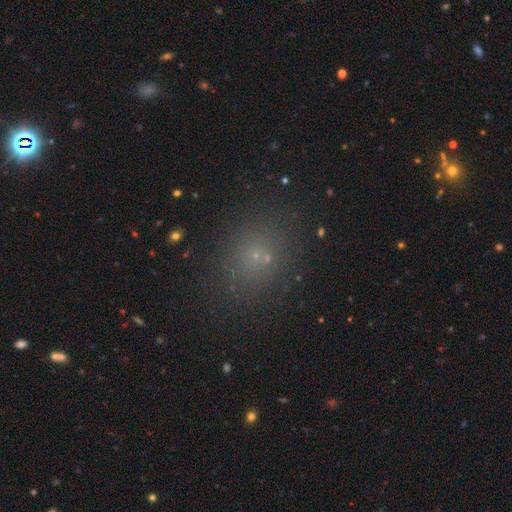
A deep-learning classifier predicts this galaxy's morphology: smooth 58%, star or artifact 32%, featured or disk 10%. Down the decision tree: how rounded — round (75%); merging — none (79%).